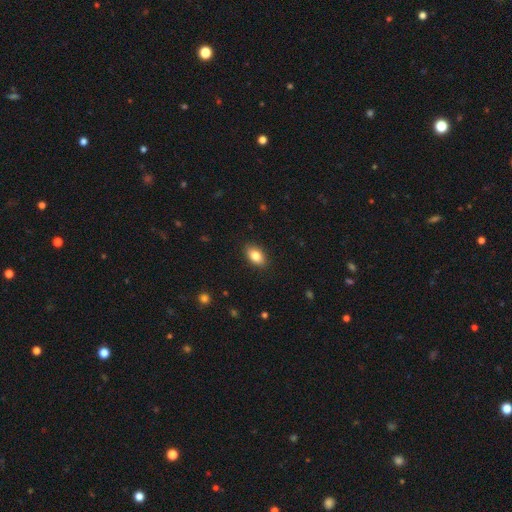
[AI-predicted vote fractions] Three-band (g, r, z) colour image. It shows a smooth galaxy with no disk features (83%) that is in between round and cigar-shaped (89%). Merging: none (89%).